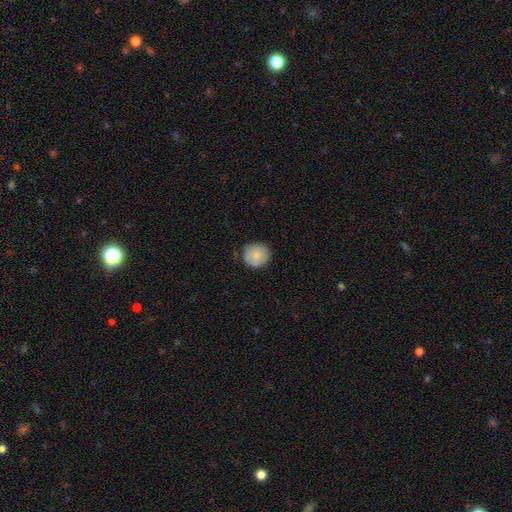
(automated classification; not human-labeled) Smooth or featured: smooth — 80% (featured or disk — 12%)
How rounded: round — 89% (in between — 10%)
Merging: none — 79% (minor disturbance — 17%)